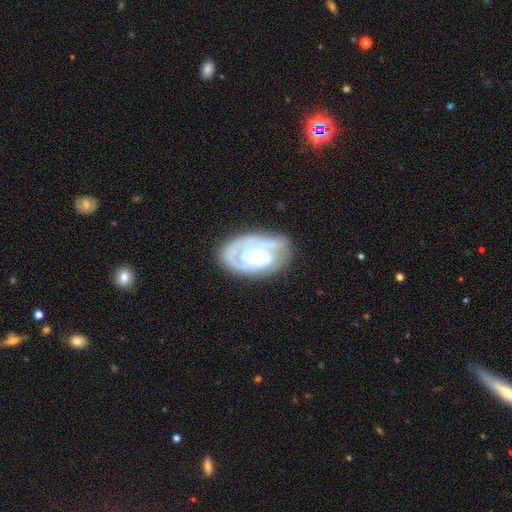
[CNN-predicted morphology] Smooth or featured?
  - featured or disk: 78% *
  - smooth: 16%
  - star or artifact: 5%
Edge-on disk?
  - no: 97% *
  - yes: 3%
Bar?
  - no: 72% *
  - weak: 21%
  - strong: 7%
Spiral arms?
  - yes: 87% *
  - no: 13%
Spiral winding?
  - tight: 67% *
  - medium: 26%
  - loose: 7%
Spiral arm count?
  - 2: 33% *
  - can't tell: 29%
  - 1: 23%
  - 3: 9%
  - 4: 3%
  - more than 4: 3%
Bulge size?
  - small: 37% *
  - moderate: 29%
  - large: 19%
  - none: 11%
  - dominant: 4%
Merging?
  - none: 68% *
  - minor disturbance: 20%
  - major disturbance: 10%
  - merger: 2%